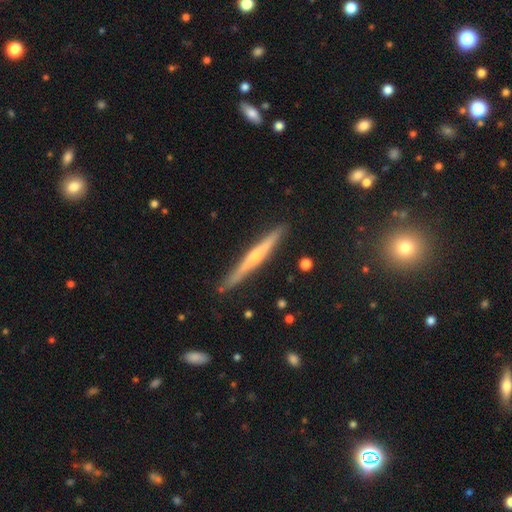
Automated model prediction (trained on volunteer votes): Smooth or featured: featured or disk — 72% (smooth — 22%)
Edge-on disk: yes — 97% (no — 3%)
Edge-on bulge: rounded — 79% (none — 17%)
Merging: none — 88% (minor disturbance — 9%)